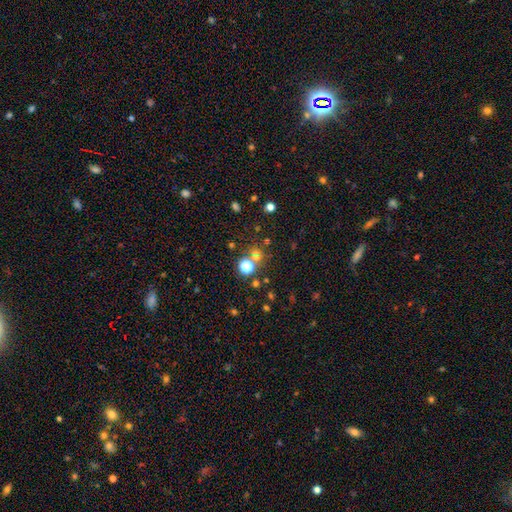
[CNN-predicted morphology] Smooth or featured: smooth — 54% (star or artifact — 37%)
How rounded: round — 89% (in between — 10%)
Merging: none — 70% (merger — 18%)